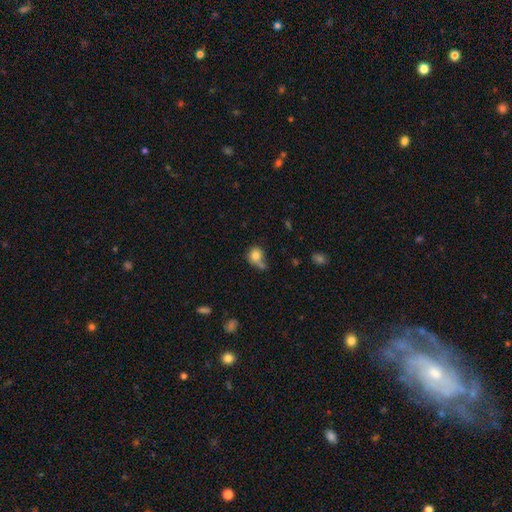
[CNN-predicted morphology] Q: Smooth or featured?
A: smooth (81%); runner-up: star or artifact (10%)
Q: How rounded?
A: round (73%); runner-up: in between (25%)
Q: Merging?
A: none (45%); runner-up: merger (23%)